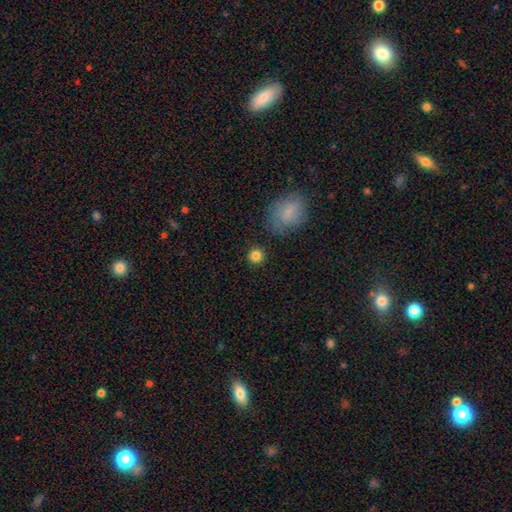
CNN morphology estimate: smooth 85%, star or artifact 10%, featured or disk 5%. Down the decision tree: how rounded — round (91%); merging — none (86%).